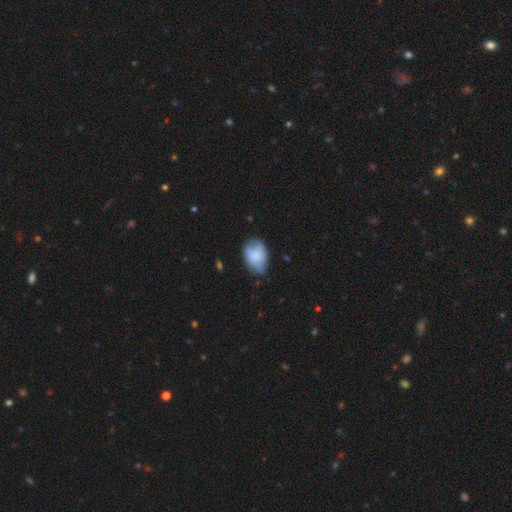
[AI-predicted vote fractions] Smooth or featured: smooth — 75% (featured or disk — 17%)
How rounded: in between — 78% (round — 21%)
Merging: none — 51% (minor disturbance — 37%)